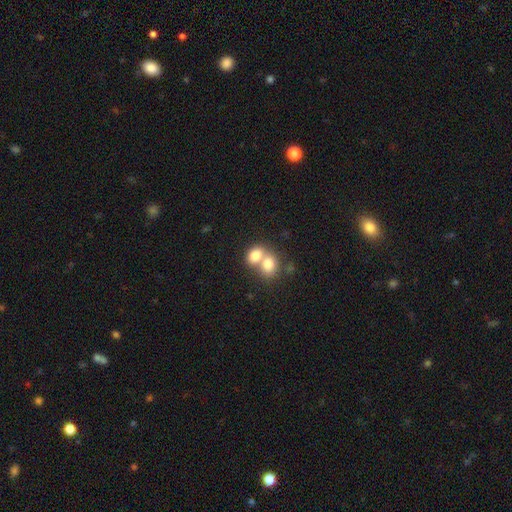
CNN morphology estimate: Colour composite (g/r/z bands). It shows a smooth galaxy with no disk features (77%) that is in between round and cigar-shaped (52%). Merging: merger (67%).